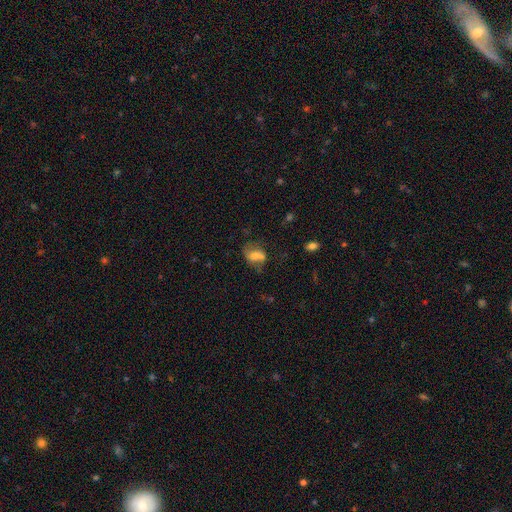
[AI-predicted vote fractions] The model was most divided on "merging": none: 44%, minor disturbance: 26%, major disturbance: 18%, merger: 12%. More confident: how rounded — in between (69%); smooth or featured — smooth (57%).